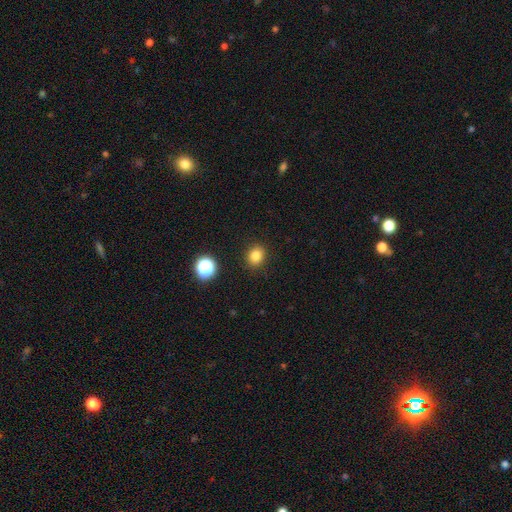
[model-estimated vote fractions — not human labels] The model was most divided on "how rounded": round: 70%, in between: 29%, cigar-shaped: 1%. More confident: merging — none (90%); smooth or featured — smooth (81%).